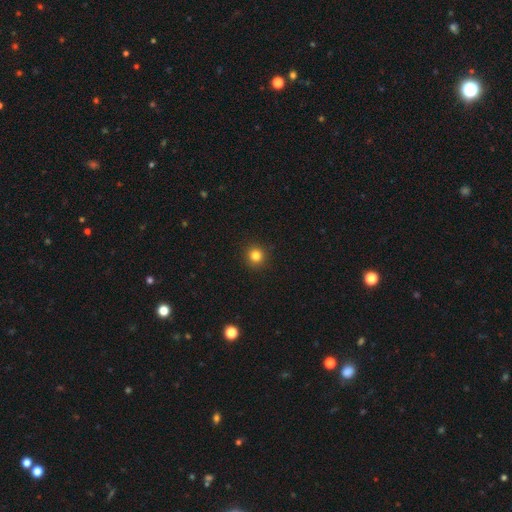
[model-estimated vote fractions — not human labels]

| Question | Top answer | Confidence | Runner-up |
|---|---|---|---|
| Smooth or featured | smooth | 83% | star or artifact (13%) |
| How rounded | round | 94% | in between (5%) |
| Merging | none | 93% | minor disturbance (5%) |